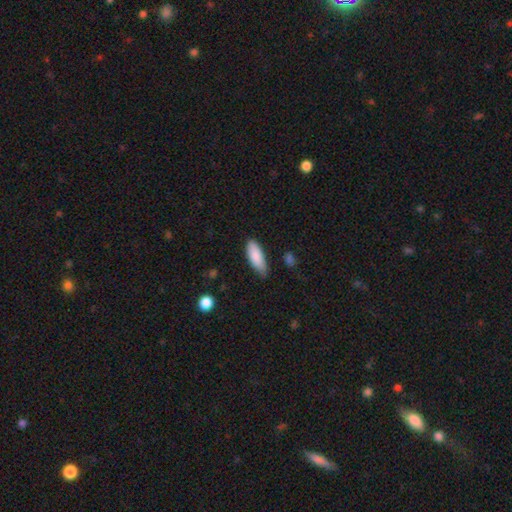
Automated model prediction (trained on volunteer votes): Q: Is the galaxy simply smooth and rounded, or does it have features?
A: smooth — 86%.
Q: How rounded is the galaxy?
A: in between — 73%.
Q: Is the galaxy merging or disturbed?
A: none — 70%.